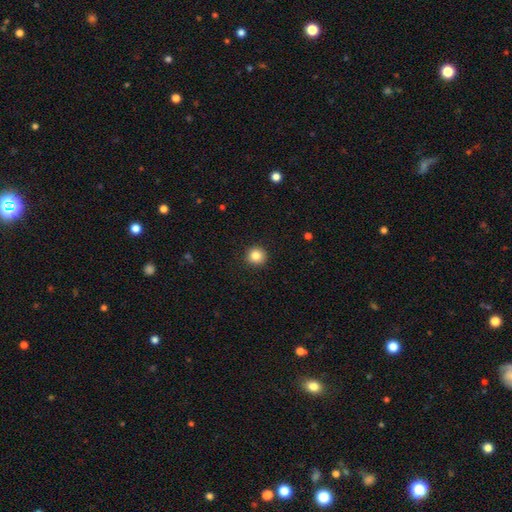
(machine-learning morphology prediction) A smooth galaxy with no disk features (85%) that is round (92%).

Vote fractions:
- Smooth or featured? smooth: 85% / star or artifact: 10% / featured or disk: 5%
- How rounded? round: 92% / in between: 7% / cigar-shaped: 1%
- Merging? none: 91% / minor disturbance: 6% / major disturbance: 2% / merger: 1%